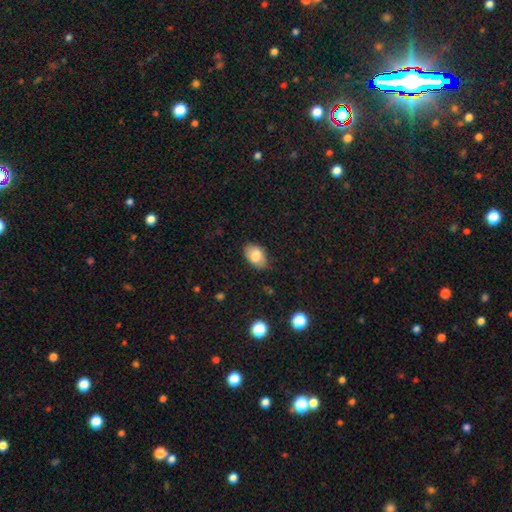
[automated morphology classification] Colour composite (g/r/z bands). It shows a smooth galaxy with no disk features (77%) that is in between round and cigar-shaped (89%). Merging: none (79%).